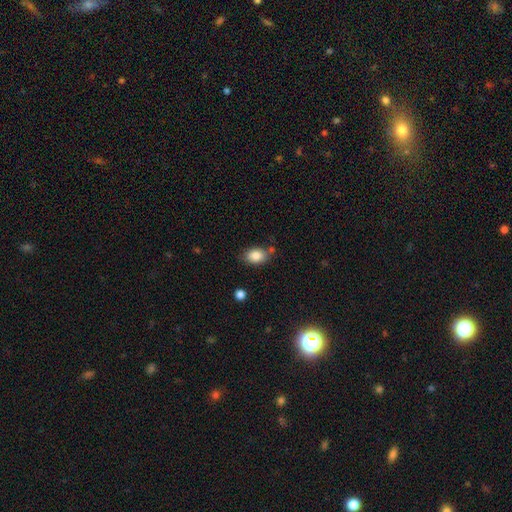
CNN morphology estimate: smooth-or-featured: smooth: 85% | star or artifact: 8% | featured or disk: 7%
  how-rounded: in between: 78% | round: 21% | cigar-shaped: 1%
  merging: none: 74% | minor disturbance: 16% | merger: 6% | major disturbance: 4%